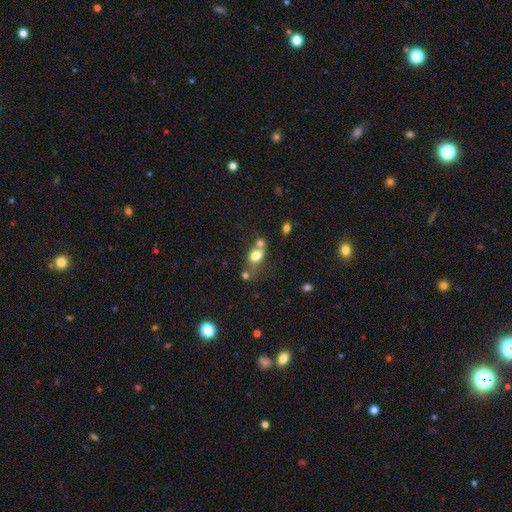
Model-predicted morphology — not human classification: smooth-or-featured: smooth: 73% | featured or disk: 15% | star or artifact: 12%
  how-rounded: in between: 65% | round: 31% | cigar-shaped: 3%
  merging: merger: 44% | none: 33% | minor disturbance: 14% | major disturbance: 9%